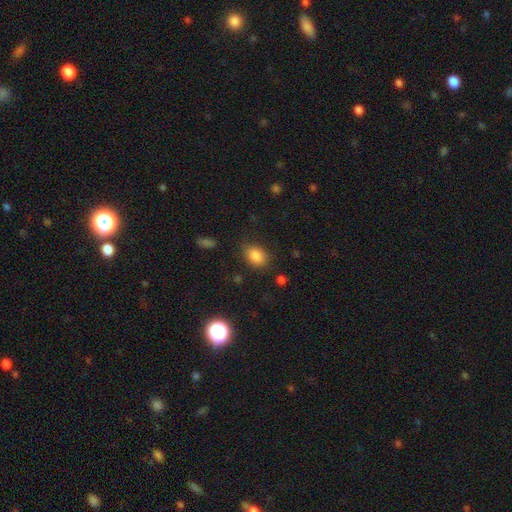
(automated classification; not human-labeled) This appears to be a smooth galaxy with no disk features (84%) that is in between round and cigar-shaped (71%). Merging: none (79%).